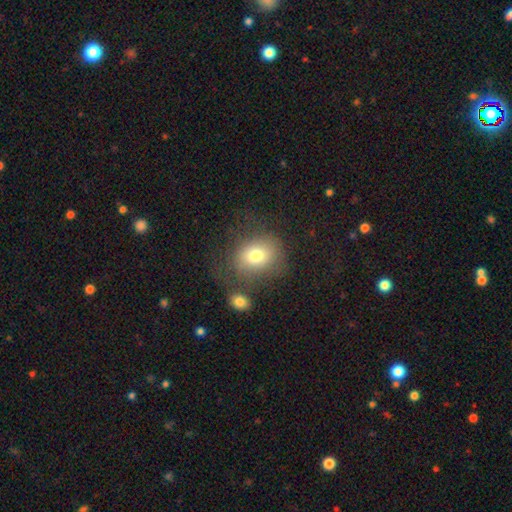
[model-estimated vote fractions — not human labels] Q: Smooth or featured?
A: smooth (75%); runner-up: featured or disk (15%)
Q: How rounded?
A: round (54%); runner-up: in between (45%)
Q: Merging?
A: none (56%); runner-up: minor disturbance (19%)